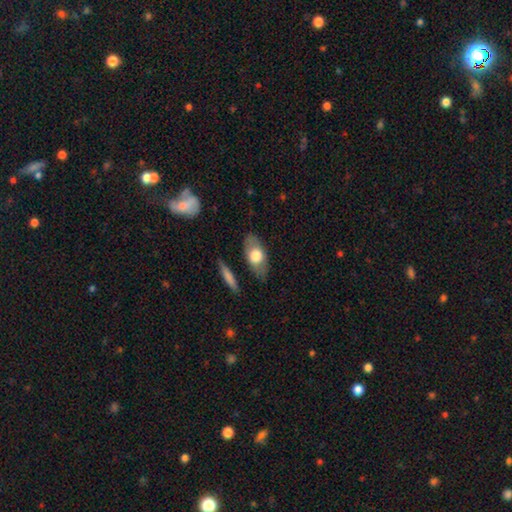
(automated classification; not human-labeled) Smooth or featured: smooth — 62% (featured or disk — 32%)
How rounded: in between — 86% (cigar-shaped — 8%)
Merging: none — 80% (minor disturbance — 14%)